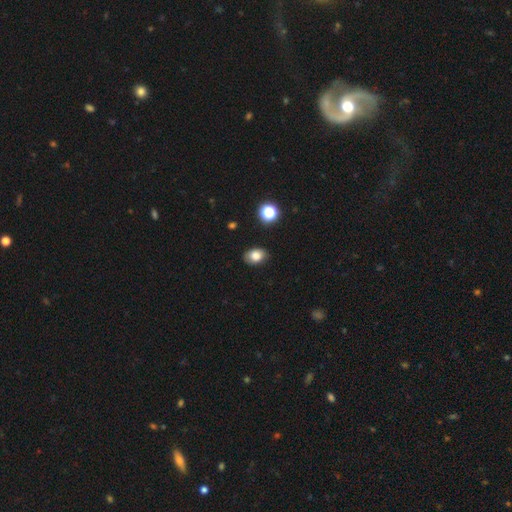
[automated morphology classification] Smooth or featured?
  - smooth: 82% *
  - star or artifact: 10%
  - featured or disk: 8%
How rounded?
  - in between: 78% *
  - round: 21%
  - cigar-shaped: 1%
Merging?
  - none: 83% *
  - minor disturbance: 13%
  - major disturbance: 3%
  - merger: 2%